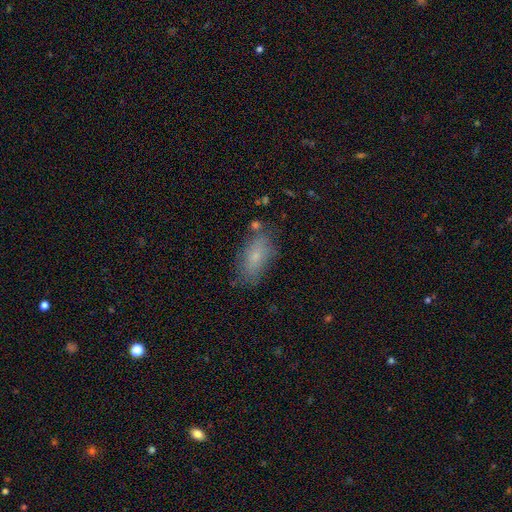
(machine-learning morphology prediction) Smooth or featured? Predicted: smooth (p=0.73). How rounded? Predicted: in between (p=0.84). Merging? Predicted: none (p=0.73).